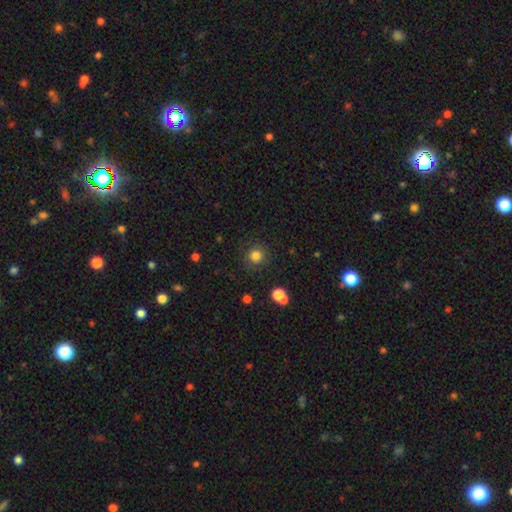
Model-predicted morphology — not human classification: Smooth or featured?
  - smooth: 81% *
  - star or artifact: 13%
  - featured or disk: 6%
How rounded?
  - round: 91% *
  - in between: 8%
  - cigar-shaped: 1%
Merging?
  - none: 86% *
  - minor disturbance: 9%
  - major disturbance: 3%
  - merger: 2%